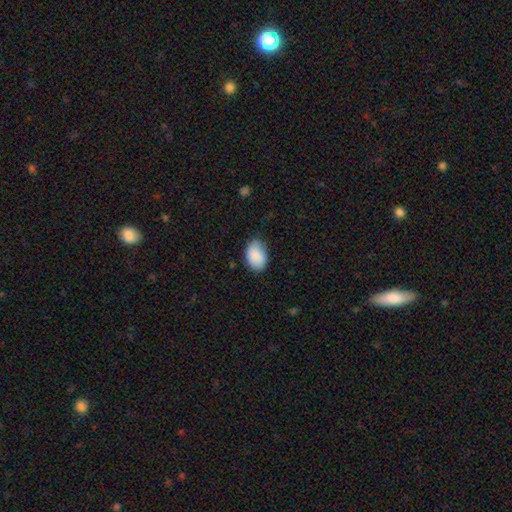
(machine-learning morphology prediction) smooth 89%, star or artifact 6%, featured or disk 5%. Down the decision tree: how rounded — in between (86%); merging — none (72%).